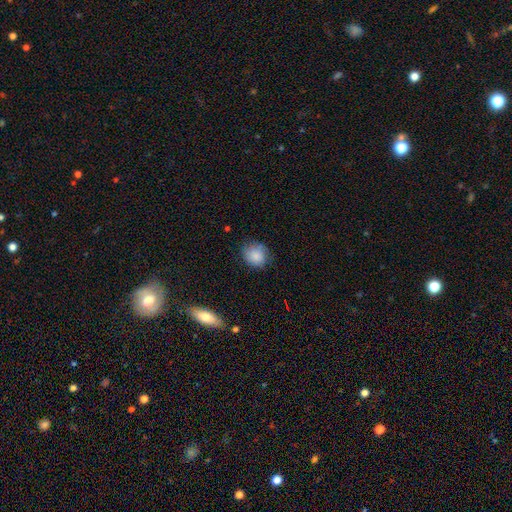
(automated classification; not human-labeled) Overall: smooth (84%). How rounded: round (70%). Merging: none (69%).